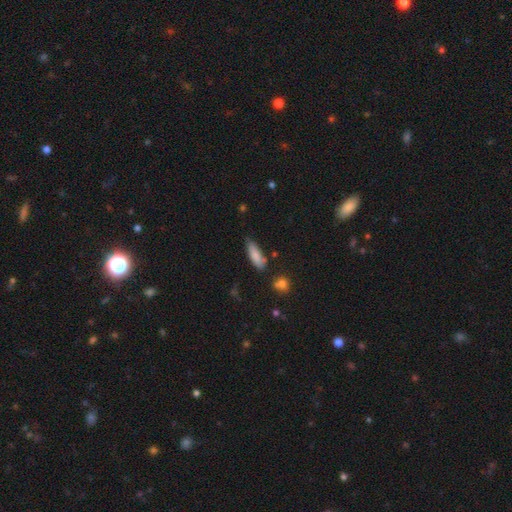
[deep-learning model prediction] A smooth galaxy with no disk features (82%) that is in between round and cigar-shaped (56%). Merging: none (66%).